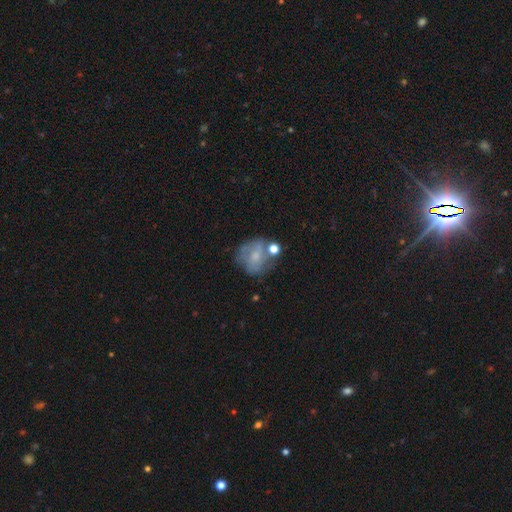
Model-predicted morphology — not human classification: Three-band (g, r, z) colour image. It shows a smooth galaxy with no disk features (46%). Merging: none (46%).